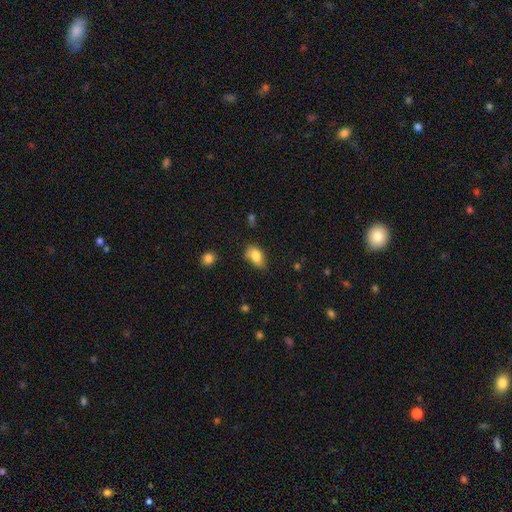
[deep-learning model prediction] Smooth or featured? Predicted: smooth (p=0.82). How rounded? Predicted: in between (p=0.87). Merging? Predicted: none (p=0.51).